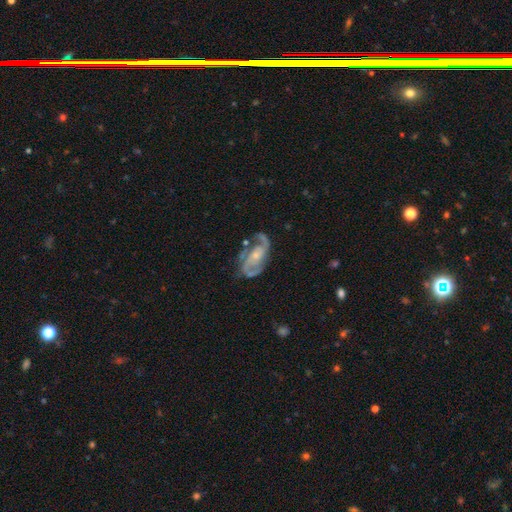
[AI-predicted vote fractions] smooth_or_featured: featured or disk (p=0.88) [alt: smooth p=0.07]
disk_edge_on: no (p=0.97) [alt: yes p=0.03]
bar: no (p=0.53) [alt: weak p=0.34]
has_spiral_arms: yes (p=0.96) [alt: no p=0.04]
spiral_winding: medium (p=0.52) [alt: loose p=0.26]
spiral_arm_count: 2 (p=0.82) [alt: 3 p=0.06]
bulge_size: small (p=0.60) [alt: moderate p=0.33]
merging: none (p=0.60) [alt: minor disturbance p=0.21]